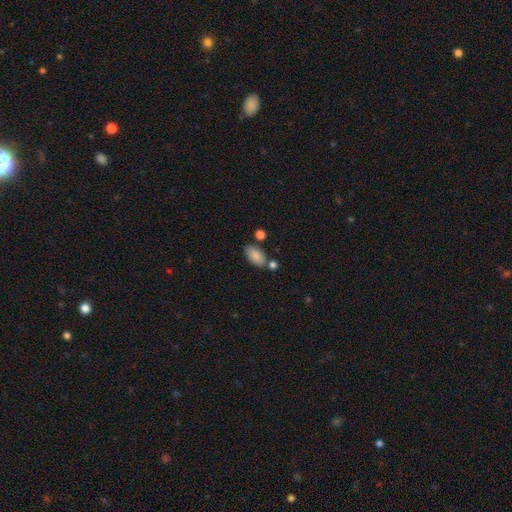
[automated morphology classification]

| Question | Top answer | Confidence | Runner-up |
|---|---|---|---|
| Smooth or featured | smooth | 86% | star or artifact (7%) |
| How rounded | in between | 94% | round (4%) |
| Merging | none | 68% | minor disturbance (15%) |